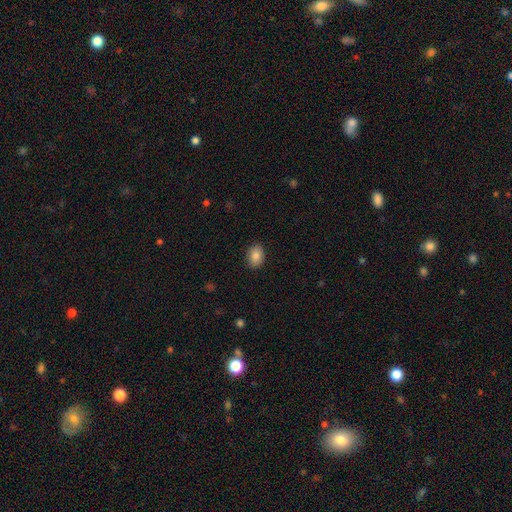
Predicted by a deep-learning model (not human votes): Smooth or featured? smooth (85%)
How rounded? in between (74%)
Merging? none (89%)